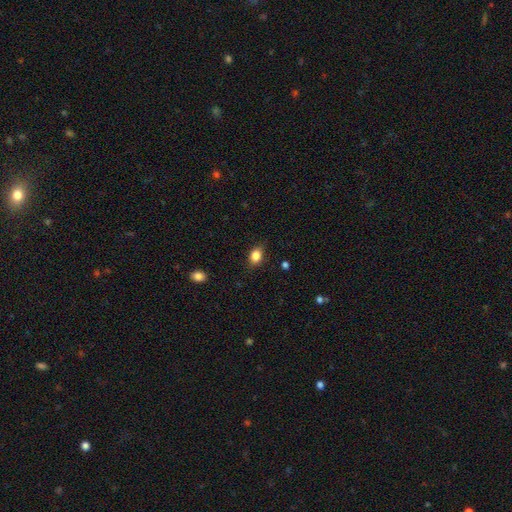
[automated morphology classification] smooth 84%, star or artifact 9%, featured or disk 7%. Down the decision tree: how rounded — in between (72%); merging — none (79%).